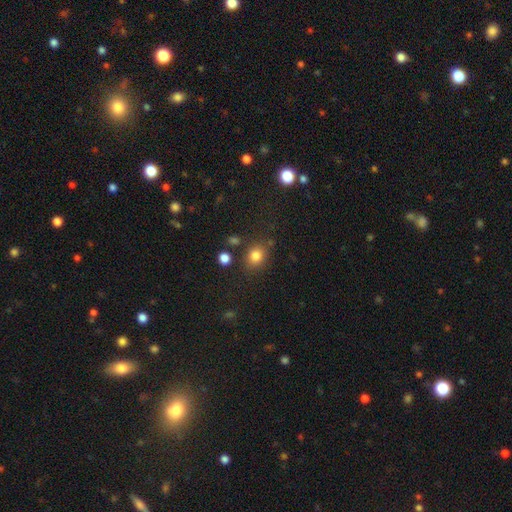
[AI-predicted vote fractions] smooth-or-featured: smooth: 81% | star or artifact: 12% | featured or disk: 7%
  how-rounded: round: 59% | in between: 40% | cigar-shaped: 1%
  merging: none: 77% | minor disturbance: 12% | merger: 6% | major disturbance: 4%